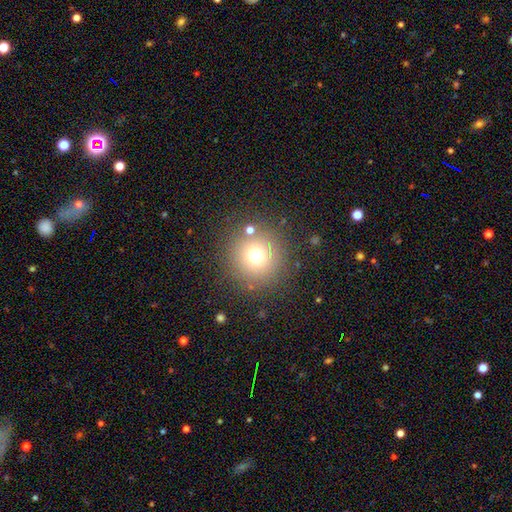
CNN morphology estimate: A smooth galaxy with no disk features (68%) that is round (95%). Merging: none (83%).